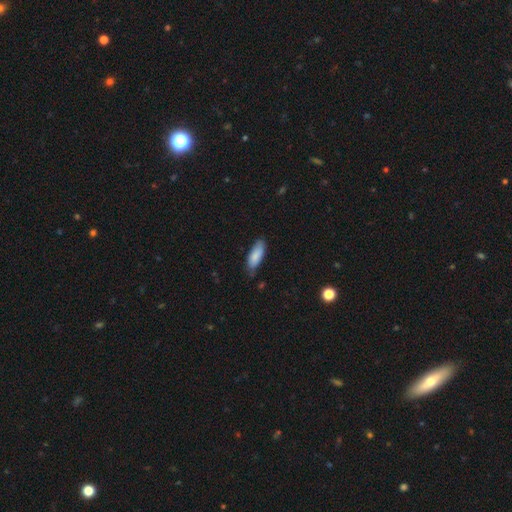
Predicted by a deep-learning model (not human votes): Smooth or featured: smooth — 86% (featured or disk — 8%)
How rounded: in between — 70% (cigar-shaped — 28%)
Merging: none — 70% (minor disturbance — 25%)